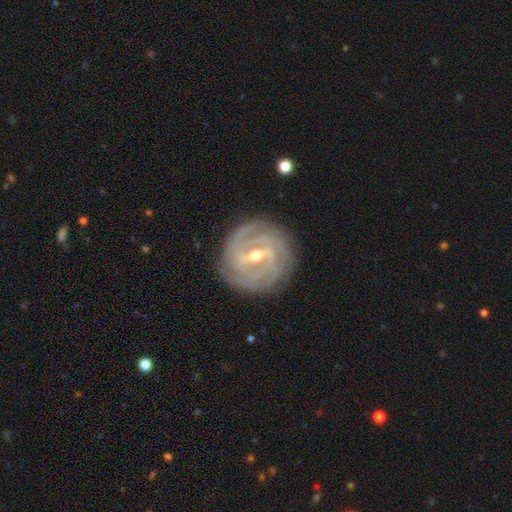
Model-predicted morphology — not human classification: type=featured or disk (90%); edge-on=no (96%); bar=strong (51%); spiral arms=yes (97%); winding=tight (77%); arm count=3 (28%); bulge=moderate (53%); merging=none (85%).